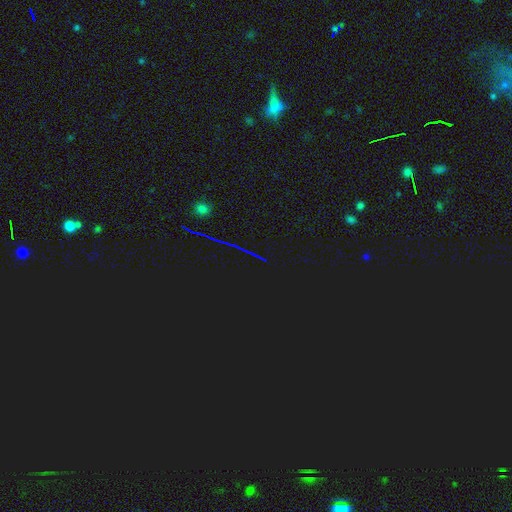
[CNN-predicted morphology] A star or artifact, not a galaxy (84%).